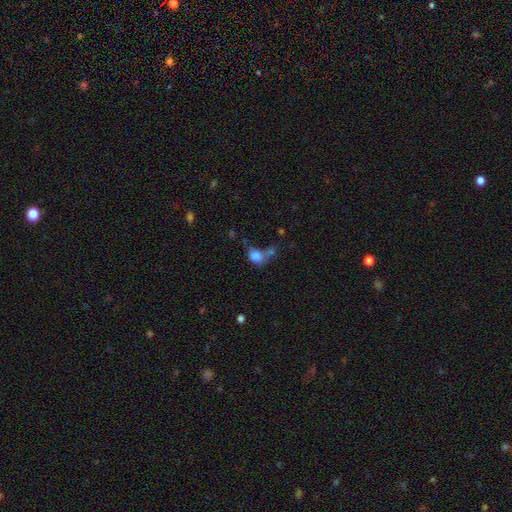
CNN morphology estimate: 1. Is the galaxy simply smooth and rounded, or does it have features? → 78% smooth, 11% featured or disk, 11% star or artifact.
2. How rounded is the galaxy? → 53% round, 45% in between, 2% cigar-shaped.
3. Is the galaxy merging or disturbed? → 35% merger, 29% none, 19% major disturbance, 18% minor disturbance.